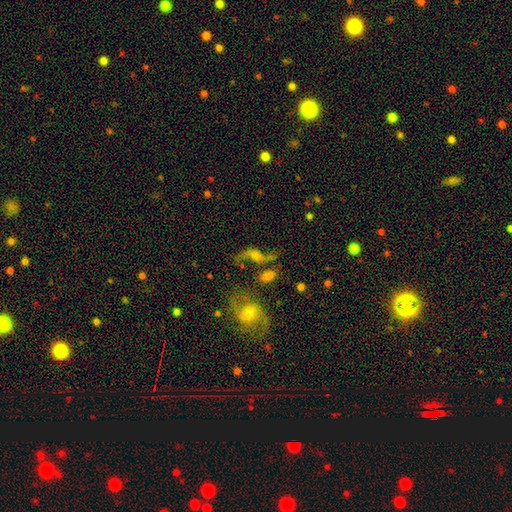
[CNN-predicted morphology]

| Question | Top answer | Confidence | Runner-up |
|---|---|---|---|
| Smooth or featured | featured or disk | 71% | smooth (19%) |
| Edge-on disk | no | 93% | yes (7%) |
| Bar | no | 55% | weak (35%) |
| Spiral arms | yes | 90% | no (10%) |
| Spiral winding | loose | 87% | medium (10%) |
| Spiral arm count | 2 | 90% | 1 (5%) |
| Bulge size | moderate | 39% | small (34%) |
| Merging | none | 40% | merger (27%) |